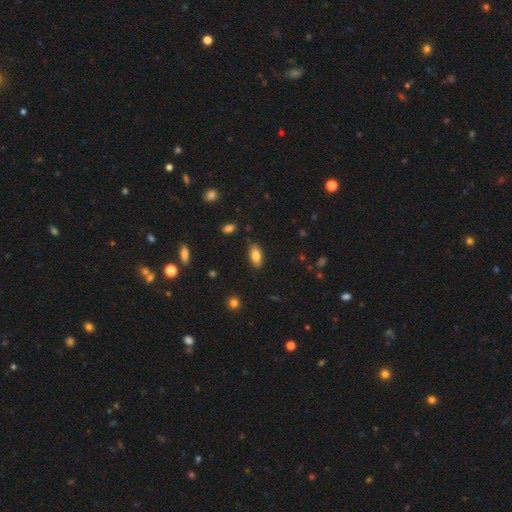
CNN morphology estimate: The model was most divided on "smooth or featured": smooth: 81%, featured or disk: 12%, star or artifact: 8%. More confident: how rounded — in between (88%); merging — none (85%).